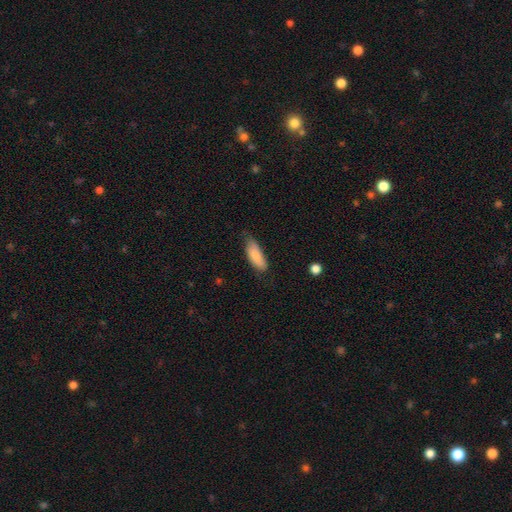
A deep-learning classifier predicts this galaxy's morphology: This is clearly a smooth galaxy (86%). How rounded: likely in between (70%). Merging: likely none (65%).